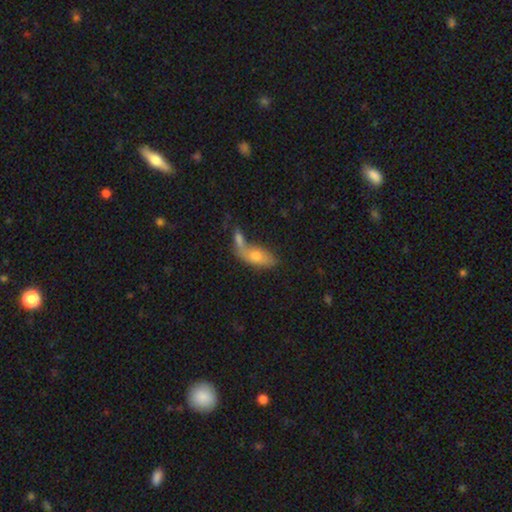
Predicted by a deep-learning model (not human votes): smooth_or_featured: smooth (p=0.64) [alt: featured or disk p=0.28]
how_rounded: in between (p=0.76) [alt: cigar-shaped p=0.19]
merging: merger (p=0.46) [alt: none p=0.31]